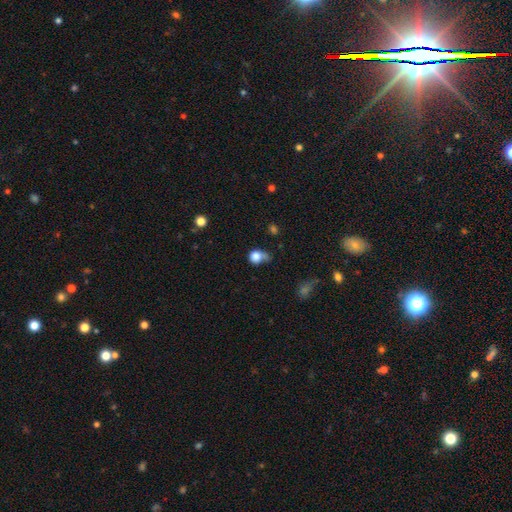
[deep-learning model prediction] smooth 79%, star or artifact 11%, featured or disk 10%. Down the decision tree: how rounded — round (68%); merging — none (34%).